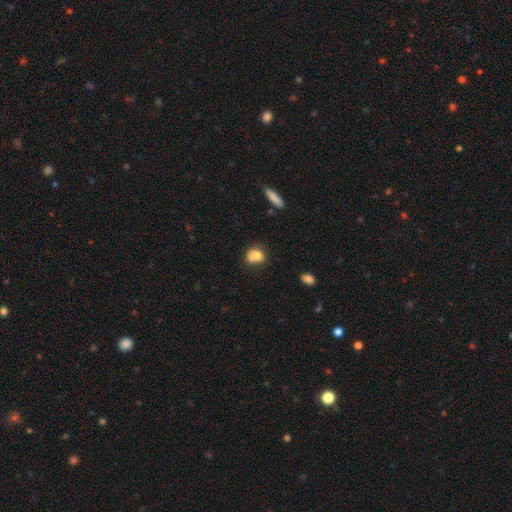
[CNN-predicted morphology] A smooth galaxy with no disk features (75%) that is round (57%). Merging: none (42%).